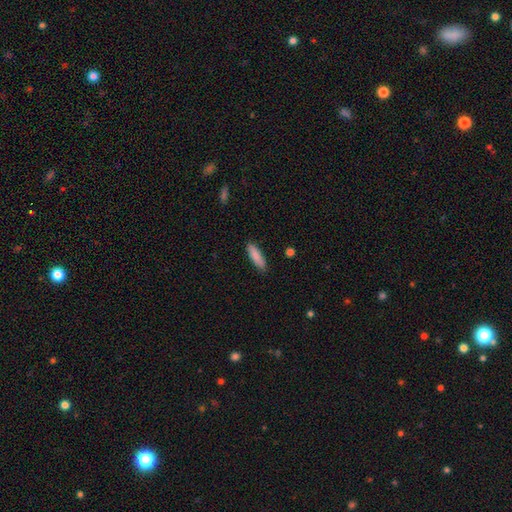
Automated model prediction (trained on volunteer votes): A smooth galaxy with no disk features (87%) that is cigar-shaped (63%). Merging: none (87%).